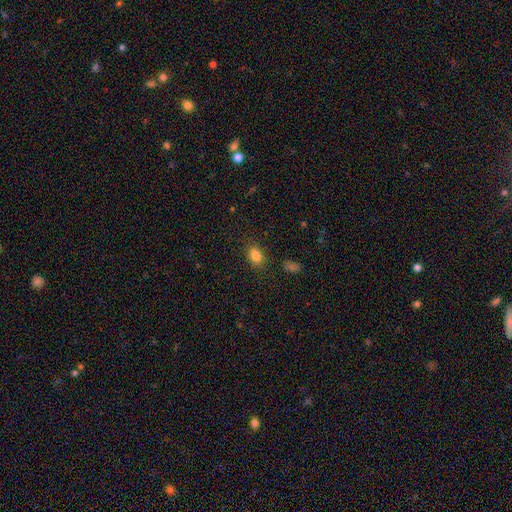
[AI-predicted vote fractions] The model was most divided on "how rounded": in between: 80%, round: 18%, cigar-shaped: 2%. More confident: smooth or featured — smooth (82%); merging — none (81%).